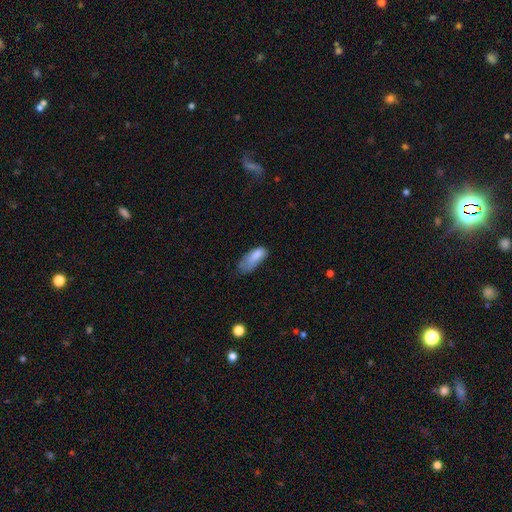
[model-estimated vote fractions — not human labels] smooth-or-featured: smooth: 80% | featured or disk: 12% | star or artifact: 9%
  how-rounded: in between: 81% | cigar-shaped: 17% | round: 2%
  merging: minor disturbance: 42% | none: 27% | major disturbance: 27% | merger: 3%